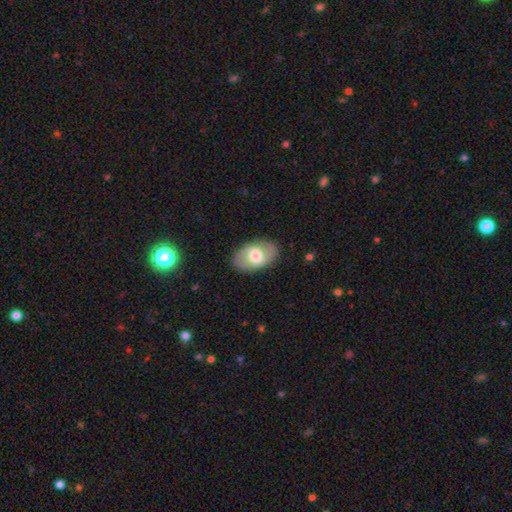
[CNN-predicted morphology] smooth_or_featured: smooth (p=0.48) [alt: featured or disk p=0.46]
merging: none (p=0.85) [alt: minor disturbance p=0.11]